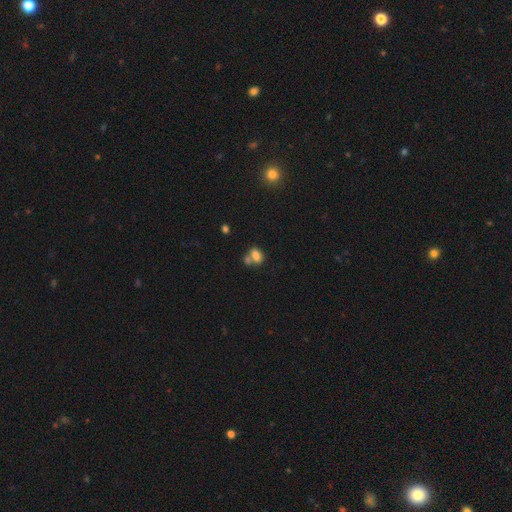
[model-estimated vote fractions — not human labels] smooth_or_featured: smooth (p=0.78) [alt: star or artifact p=0.11]
how_rounded: in between (p=0.79) [alt: round p=0.19]
merging: merger (p=0.47) [alt: none p=0.36]